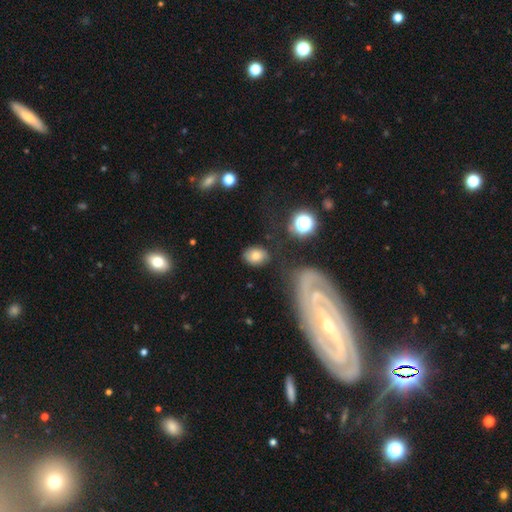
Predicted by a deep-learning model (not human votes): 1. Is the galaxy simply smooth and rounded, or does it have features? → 70% smooth, 17% featured or disk, 12% star or artifact.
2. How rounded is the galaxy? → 61% in between, 37% round, 1% cigar-shaped.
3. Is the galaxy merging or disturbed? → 75% none, 15% minor disturbance, 6% major disturbance, 4% merger.